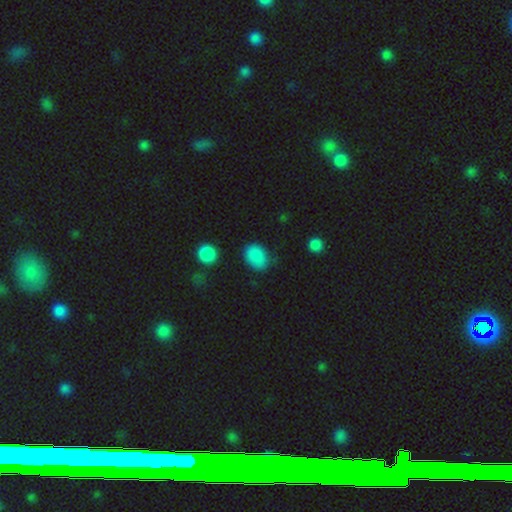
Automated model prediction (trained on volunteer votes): Smooth or featured: smooth — 86% (star or artifact — 10%)
How rounded: in between — 68% (round — 31%)
Merging: none — 72% (minor disturbance — 20%)